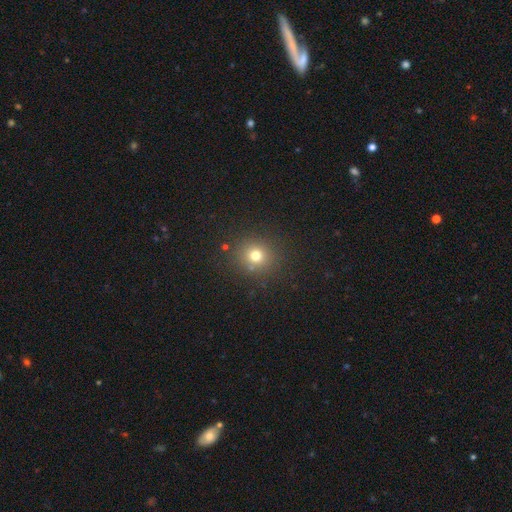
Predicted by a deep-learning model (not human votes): Smooth or featured? smooth (74%)
How rounded? round (88%)
Merging? none (86%)